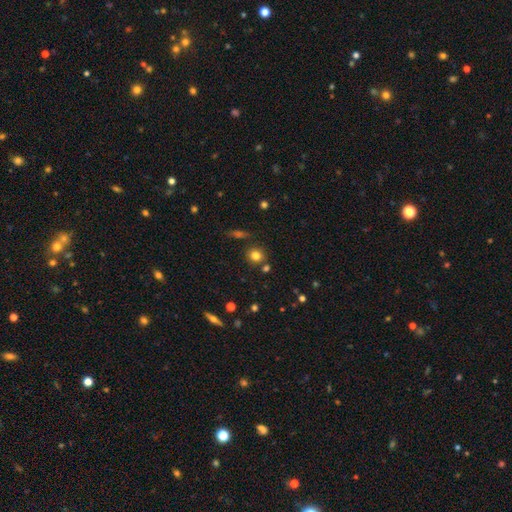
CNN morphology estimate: A smooth galaxy with no disk features (78%) that is round (86%). Merging: none (79%).